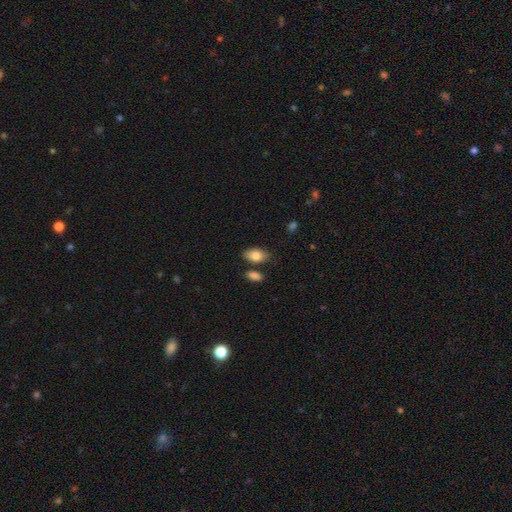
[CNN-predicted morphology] smooth_or_featured: smooth (p=0.85) [alt: featured or disk p=0.08]
how_rounded: in between (p=0.92) [alt: round p=0.06]
merging: none (p=0.74) [alt: minor disturbance p=0.14]